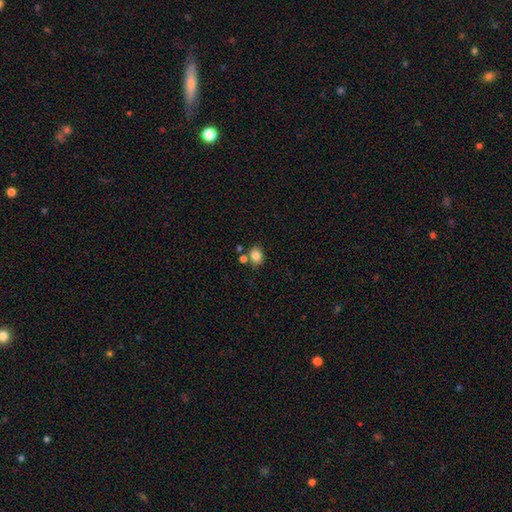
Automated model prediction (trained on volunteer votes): Smooth or featured?
  - smooth: 82% *
  - star or artifact: 10%
  - featured or disk: 8%
How rounded?
  - in between: 55% *
  - round: 44%
  - cigar-shaped: 1%
Merging?
  - none: 68% *
  - merger: 15%
  - minor disturbance: 13%
  - major disturbance: 4%